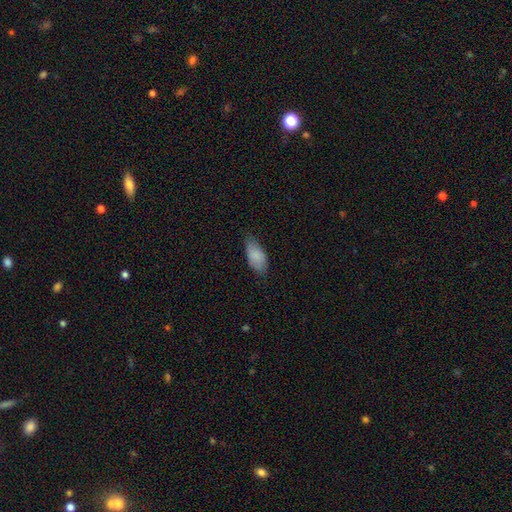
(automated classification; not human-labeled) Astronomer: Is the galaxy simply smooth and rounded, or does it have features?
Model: smooth — 86%.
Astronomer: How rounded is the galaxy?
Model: in between — 92%.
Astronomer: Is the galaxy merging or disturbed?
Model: none — 69%.